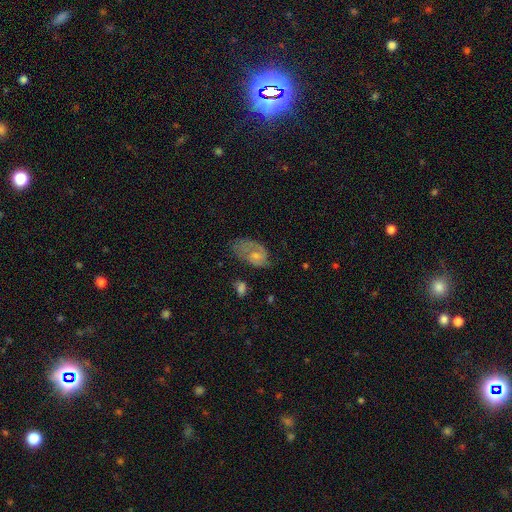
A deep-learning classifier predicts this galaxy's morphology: A featured or disk galaxy (51%).

Vote fractions:
- Smooth or featured? featured or disk: 51% / smooth: 36% / star or artifact: 13%
- Edge-on disk? no: 95% / yes: 5%
- Merging? none: 44% / minor disturbance: 29% / major disturbance: 24% / merger: 3%